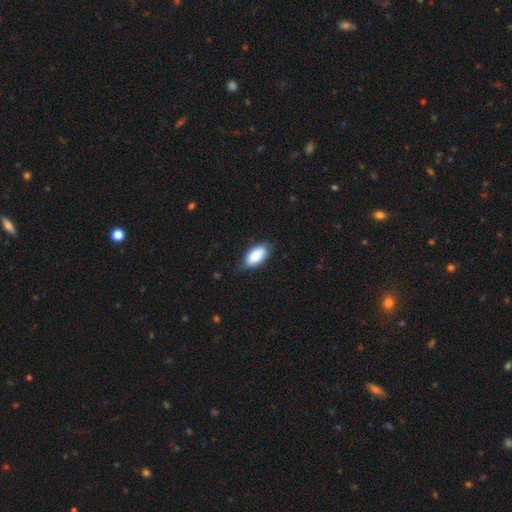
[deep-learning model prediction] A smooth galaxy with no disk features (86%) that is in between round and cigar-shaped (92%). Merging: none (75%).